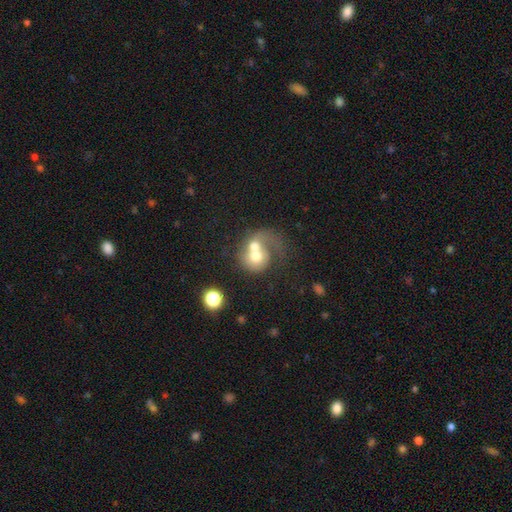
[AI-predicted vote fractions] Overall: featured or disk (46%; smooth 45%). Merging: merger (66%).